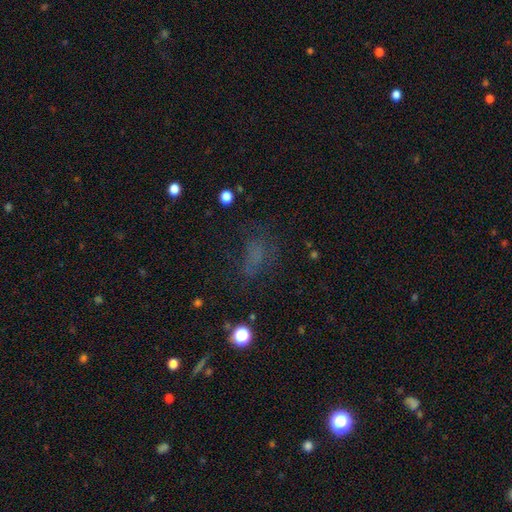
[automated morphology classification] Q: Smooth or featured?
A: smooth (49%); runner-up: star or artifact (32%)
Q: Merging?
A: none (53%); runner-up: major disturbance (24%)